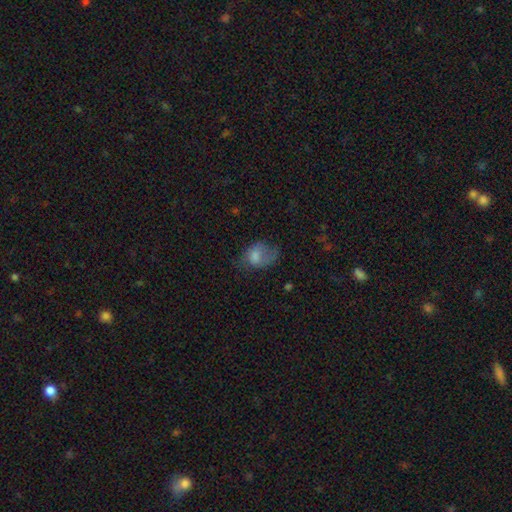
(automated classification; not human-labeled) Smooth or featured?
  - smooth: 61% *
  - featured or disk: 27%
  - star or artifact: 12%
How rounded?
  - in between: 72% *
  - round: 26%
  - cigar-shaped: 1%
Merging?
  - none: 38% *
  - major disturbance: 31%
  - minor disturbance: 29%
  - merger: 2%